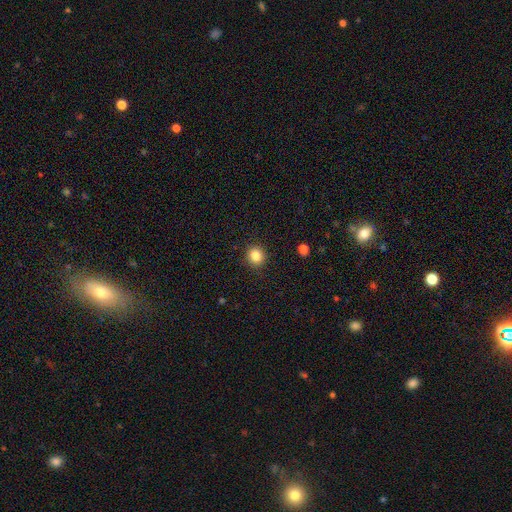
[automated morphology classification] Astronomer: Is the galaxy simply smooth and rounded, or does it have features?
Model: smooth — 84%.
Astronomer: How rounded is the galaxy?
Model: round — 87%.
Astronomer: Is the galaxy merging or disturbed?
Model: none — 91%.